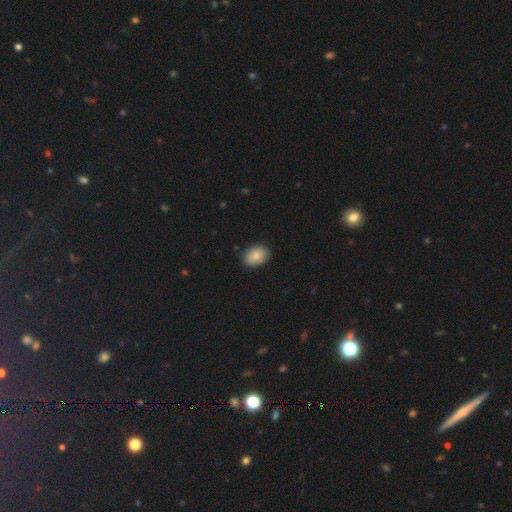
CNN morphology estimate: The model was most divided on "how rounded": in between: 79%, round: 20%, cigar-shaped: 1%. More confident: smooth or featured — smooth (87%); merging — none (87%).